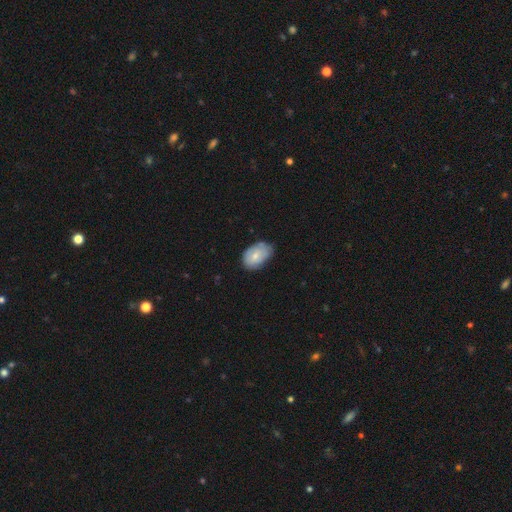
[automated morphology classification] A smooth galaxy with no disk features (66%) that is in between round and cigar-shaped (90%). Merging: none (64%).